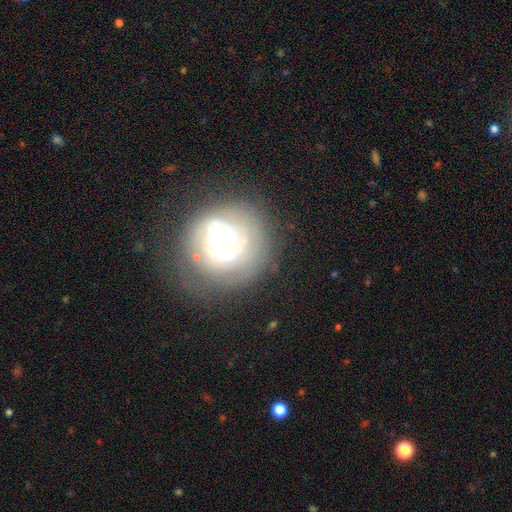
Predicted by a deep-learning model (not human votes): A featured or disk galaxy (57%) with no bar (72%), spiral arms (63%) and a small central bulge (50%). Merging: none (77%).